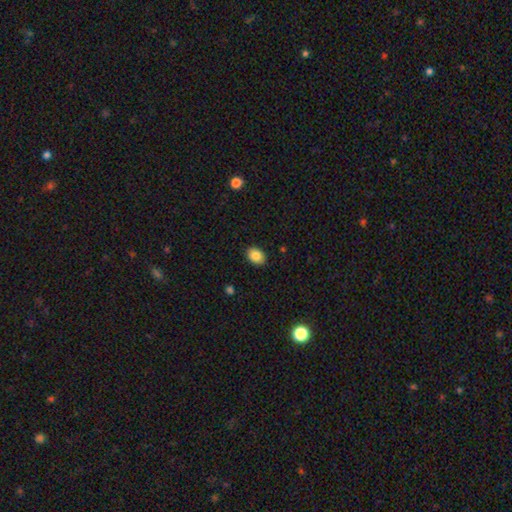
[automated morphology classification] A smooth galaxy with no disk features (85%) that is in between round and cigar-shaped (67%). Merging: none (89%).